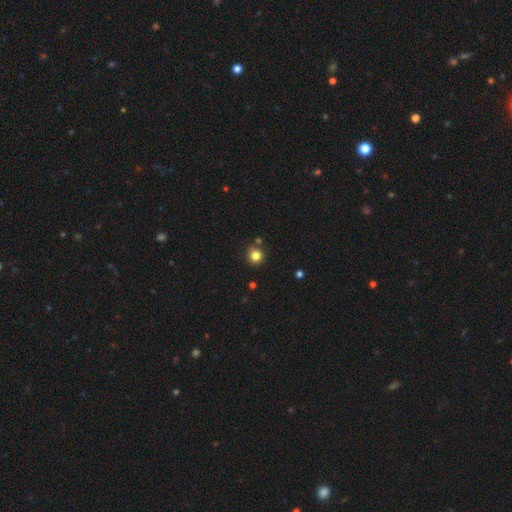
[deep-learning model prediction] This appears to be a smooth galaxy with no disk features (81%) that is round (90%). Merging: none (77%).